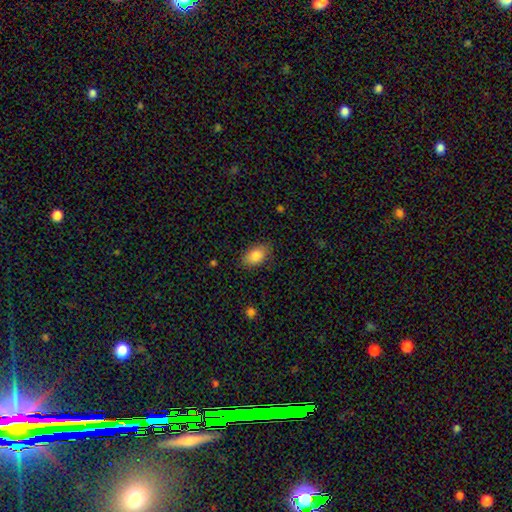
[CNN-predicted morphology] A smooth galaxy with no disk features (86%) that is in between round and cigar-shaped (89%). Merging: none (80%).